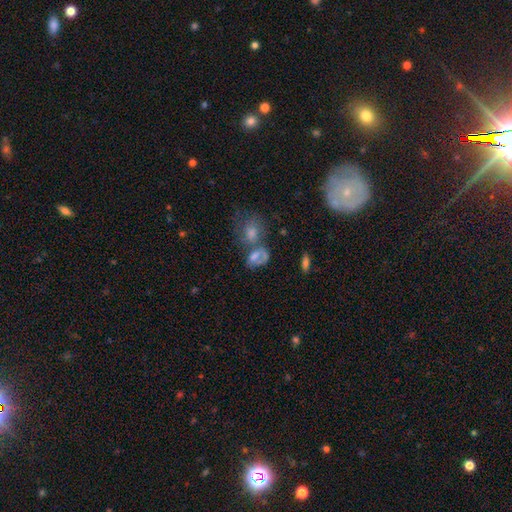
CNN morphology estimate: Smooth or featured?
  - smooth: 51% *
  - featured or disk: 32%
  - star or artifact: 17%
How rounded?
  - in between: 64% *
  - round: 33%
  - cigar-shaped: 3%
Merging?
  - merger: 41% *
  - none: 31%
  - minor disturbance: 15%
  - major disturbance: 13%